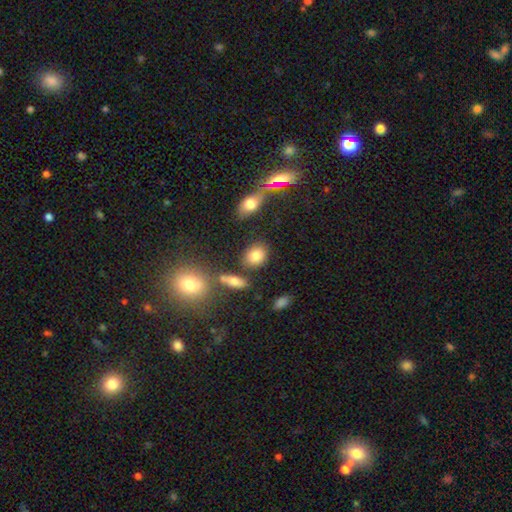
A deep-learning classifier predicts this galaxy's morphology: smooth_or_featured: smooth (p=0.80) [alt: star or artifact p=0.11]
how_rounded: in between (p=0.52) [alt: round p=0.46]
merging: none (p=0.80) [alt: minor disturbance p=0.11]